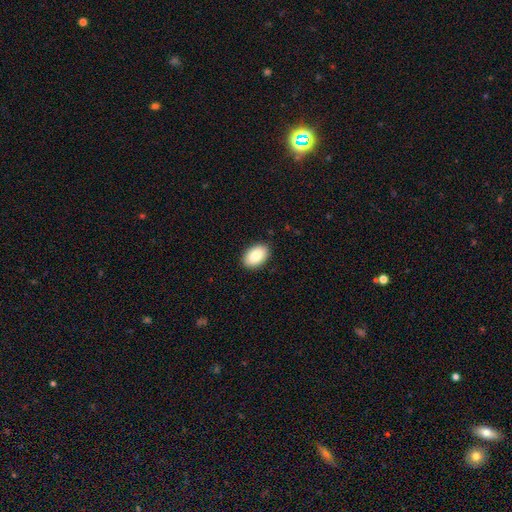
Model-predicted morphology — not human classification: Overall: smooth (86%). How rounded: in between (91%). Merging: none (89%).